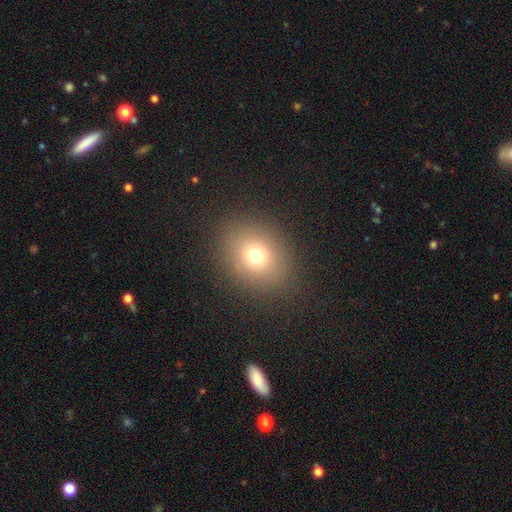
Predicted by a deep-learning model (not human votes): Smooth or featured?
  - smooth: 72% *
  - star or artifact: 16%
  - featured or disk: 12%
How rounded?
  - round: 59% *
  - in between: 40%
  - cigar-shaped: 1%
Merging?
  - none: 86% *
  - minor disturbance: 9%
  - major disturbance: 5%
  - merger: 1%